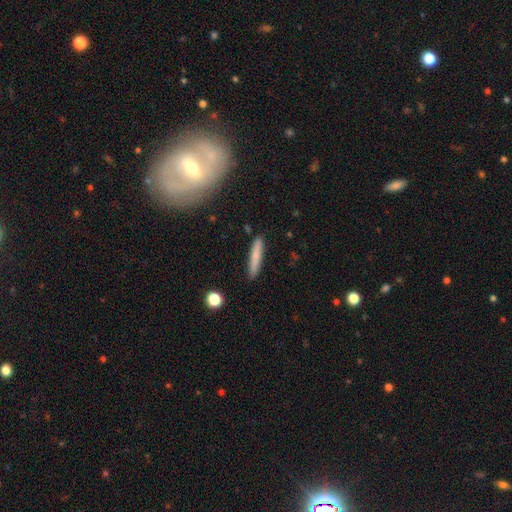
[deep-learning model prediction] Smooth or featured? Predicted: smooth (p=0.74). How rounded? Predicted: cigar-shaped (p=0.92). Merging? Predicted: none (p=0.90).